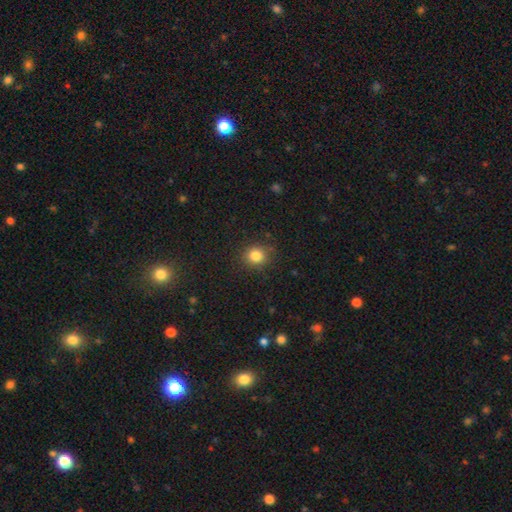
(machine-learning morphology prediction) smooth-or-featured: smooth: 83% | star or artifact: 12% | featured or disk: 5%
  how-rounded: round: 85% | in between: 14% | cigar-shaped: 1%
  merging: none: 86% | minor disturbance: 9% | major disturbance: 3% | merger: 1%